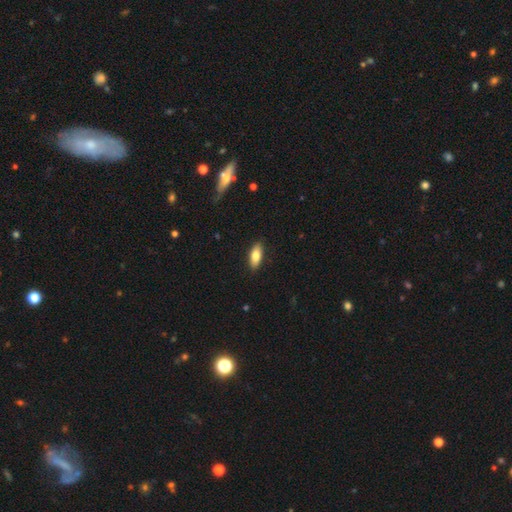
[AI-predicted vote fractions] smooth-or-featured: smooth: 80% | featured or disk: 13% | star or artifact: 6%
  how-rounded: in between: 81% | cigar-shaped: 16% | round: 2%
  merging: none: 88% | minor disturbance: 9% | major disturbance: 2% | merger: 1%